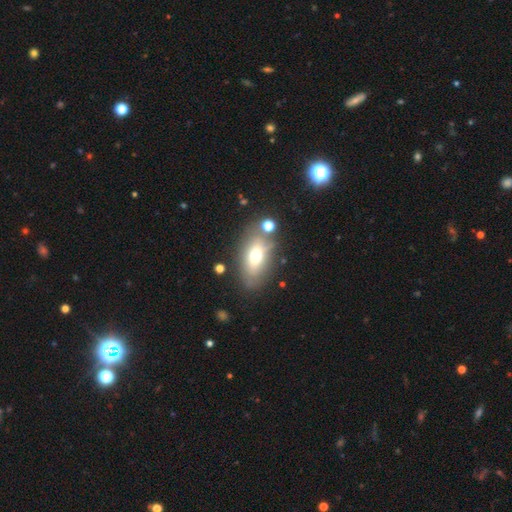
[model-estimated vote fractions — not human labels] smooth-or-featured: smooth: 64% | featured or disk: 26% | star or artifact: 10%
  how-rounded: in between: 84% | cigar-shaped: 9% | round: 7%
  merging: none: 69% | minor disturbance: 16% | merger: 9% | major disturbance: 7%